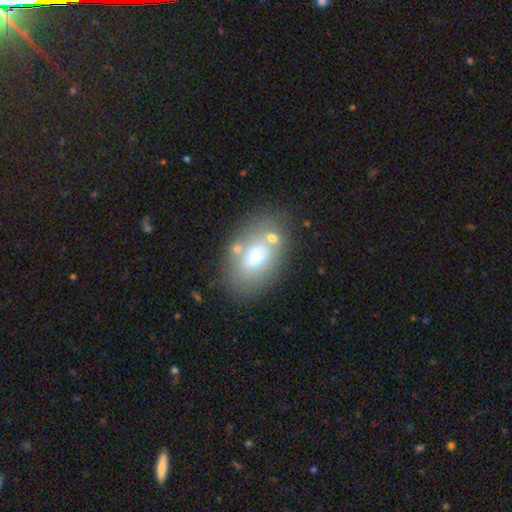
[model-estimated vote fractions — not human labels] smooth 62%, featured or disk 28%, star or artifact 10%. Down the decision tree: how rounded — in between (86%); merging — none (70%).